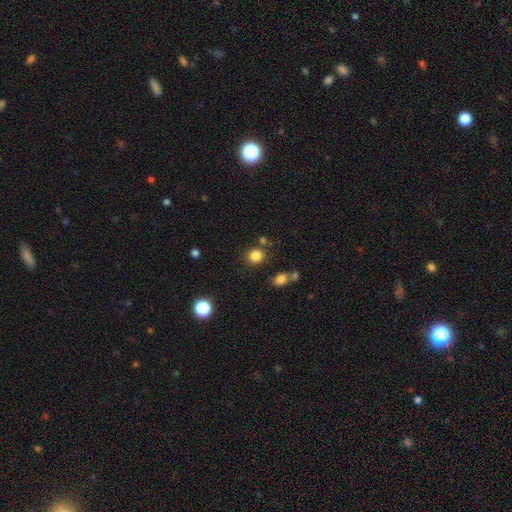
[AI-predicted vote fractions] smooth_or_featured: smooth (p=0.83) [alt: star or artifact p=0.12]
how_rounded: round (p=0.87) [alt: in between p=0.12]
merging: none (p=0.80) [alt: minor disturbance p=0.09]